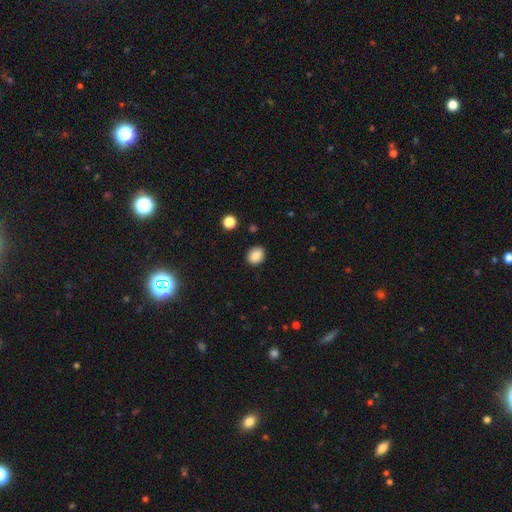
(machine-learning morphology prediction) smooth-or-featured: smooth: 86% | star or artifact: 9% | featured or disk: 4%
  how-rounded: round: 62% | in between: 37% | cigar-shaped: 1%
  merging: none: 87% | minor disturbance: 9% | major disturbance: 2% | merger: 1%